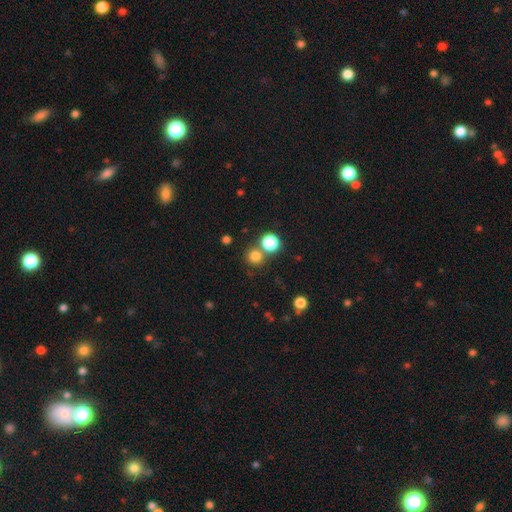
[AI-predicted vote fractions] Overall: smooth (78%). How rounded: round (92%). Merging: none (69%).